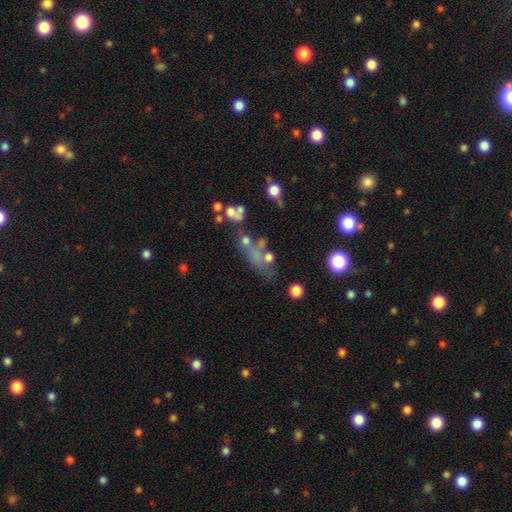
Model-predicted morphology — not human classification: Smooth or featured? Predicted: smooth (p=0.45). Merging? Predicted: none (p=0.37).